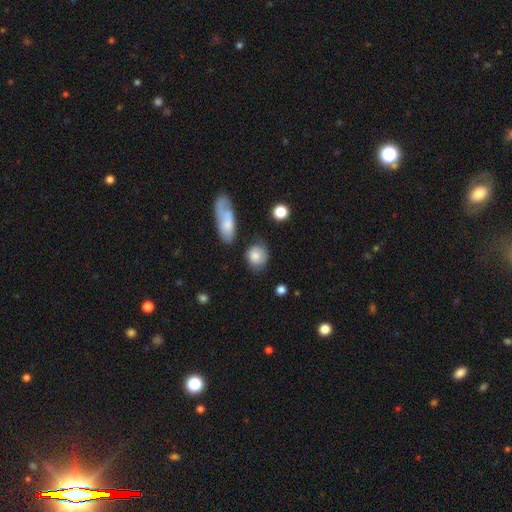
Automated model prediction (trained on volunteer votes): This appears to be a smooth galaxy with no disk features (78%) that is round (69%). Merging: none (65%).